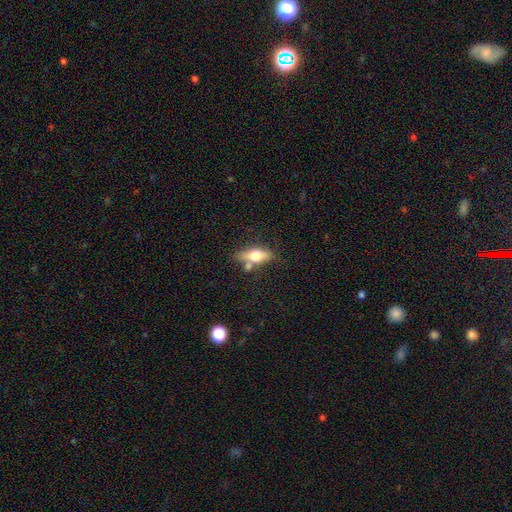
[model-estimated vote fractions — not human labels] This is likely a smooth galaxy (60%). How rounded: likely in between (72%). Merging: likely none (62%).